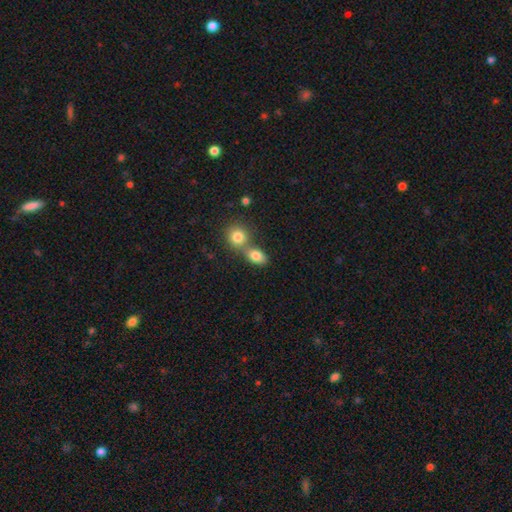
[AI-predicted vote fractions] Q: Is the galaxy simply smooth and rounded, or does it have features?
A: smooth — 82%.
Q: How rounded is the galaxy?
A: in between — 72%.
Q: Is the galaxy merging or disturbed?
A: merger — 48%.